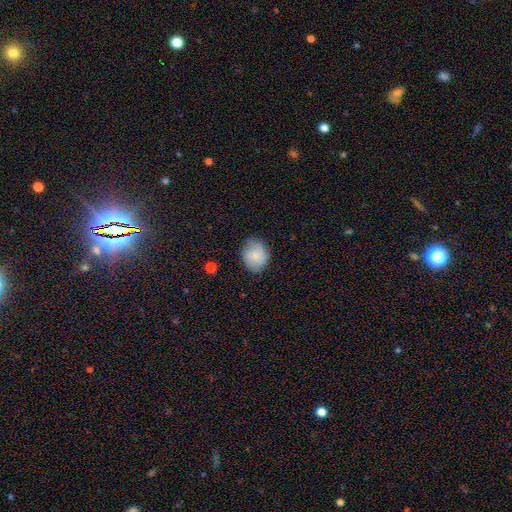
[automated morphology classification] Smooth or featured: smooth — 80% (featured or disk — 13%)
How rounded: round — 61% (in between — 39%)
Merging: none — 74% (minor disturbance — 21%)